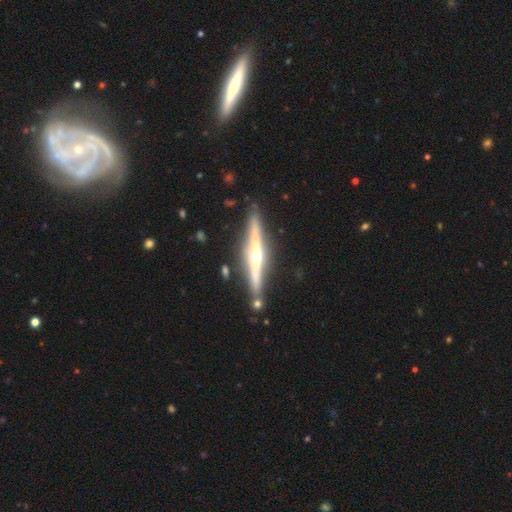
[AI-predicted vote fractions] Smooth or featured: featured or disk — 79% (smooth — 16%)
Edge-on disk: yes — 97% (no — 3%)
Edge-on bulge: rounded — 86% (none — 9%)
Merging: none — 84% (minor disturbance — 10%)